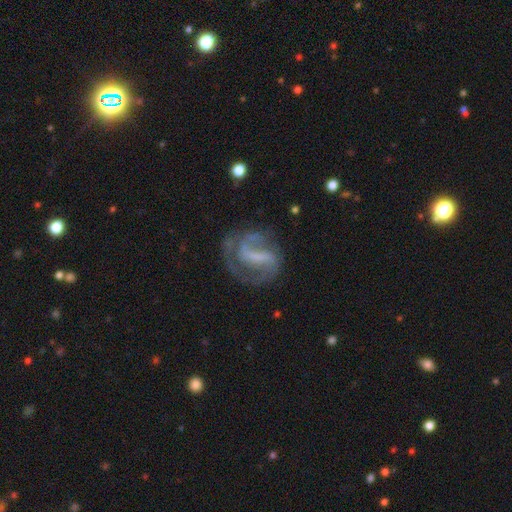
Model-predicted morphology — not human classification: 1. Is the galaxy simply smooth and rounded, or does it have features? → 81% featured or disk, 12% smooth, 8% star or artifact.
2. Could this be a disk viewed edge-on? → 97% no, 3% yes.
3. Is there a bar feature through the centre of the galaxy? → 49% strong, 35% weak, 15% no.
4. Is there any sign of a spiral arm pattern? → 89% yes, 11% no.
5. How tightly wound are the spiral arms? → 45% medium, 31% tight, 23% loose.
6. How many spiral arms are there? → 67% 2, 13% 1, 12% can't tell, 5% 3, 2% 4, 2% more than 4.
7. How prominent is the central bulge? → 51% none, 28% small, 15% moderate, 5% large, 1% dominant.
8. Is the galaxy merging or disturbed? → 60% none, 19% minor disturbance, 18% major disturbance, 3% merger.